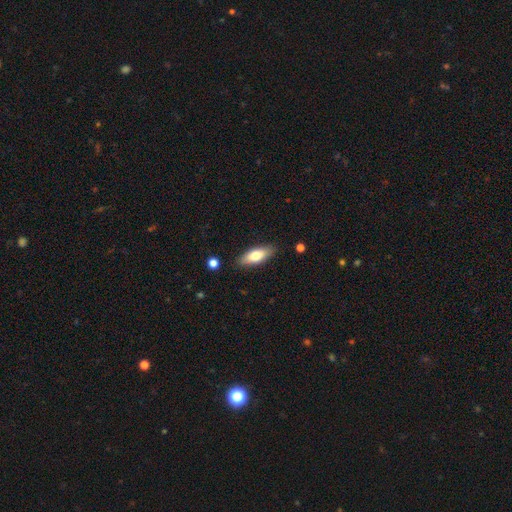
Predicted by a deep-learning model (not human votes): A smooth galaxy with no disk features (72%) that is in between round and cigar-shaped (72%). Merging: none (86%).